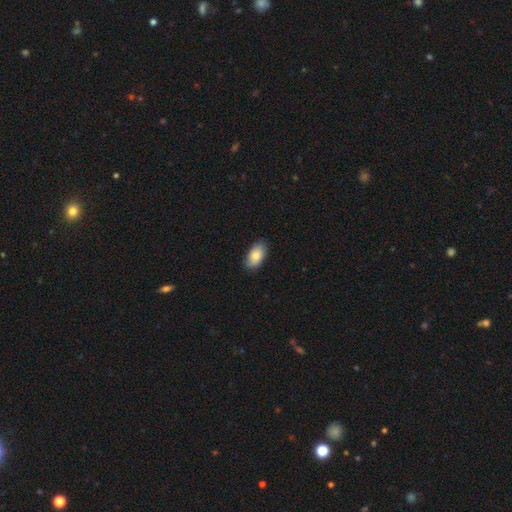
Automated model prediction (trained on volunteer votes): A smooth galaxy with no disk features (84%) that is in between round and cigar-shaped (94%). Merging: none (87%).